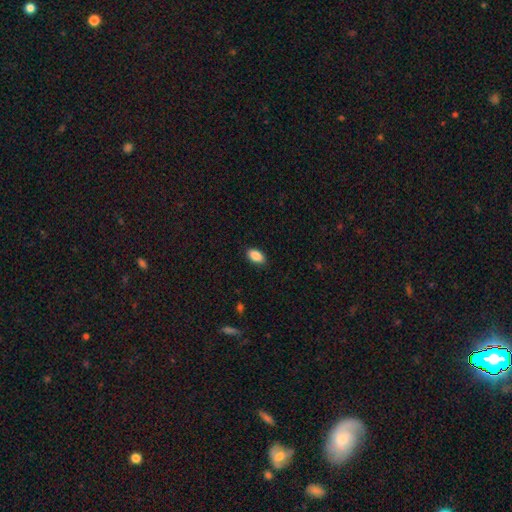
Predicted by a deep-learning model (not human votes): Q: Smooth or featured?
A: smooth (88%); runner-up: star or artifact (7%)
Q: How rounded?
A: in between (93%); runner-up: round (5%)
Q: Merging?
A: none (88%); runner-up: minor disturbance (9%)